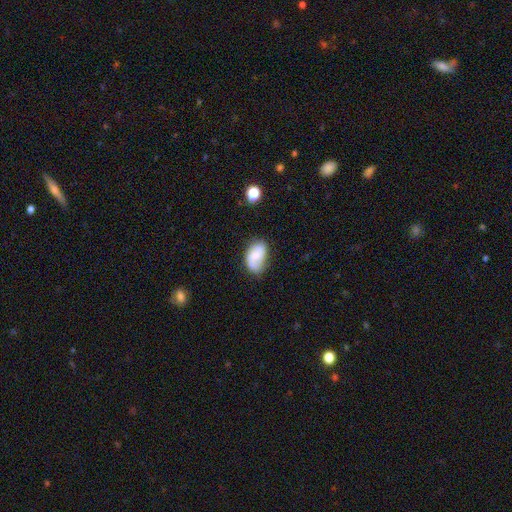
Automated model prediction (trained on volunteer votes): Smooth or featured: smooth — 57% (featured or disk — 35%)
How rounded: in between — 89% (round — 10%)
Merging: none — 58% (minor disturbance — 28%)